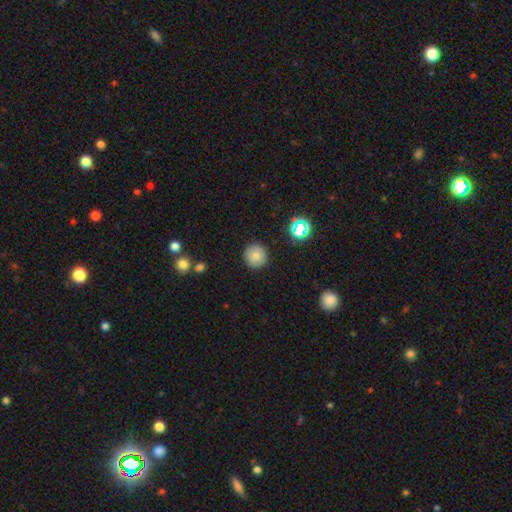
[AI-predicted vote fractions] A smooth galaxy with no disk features (77%) that is round (96%). Merging: none (91%).